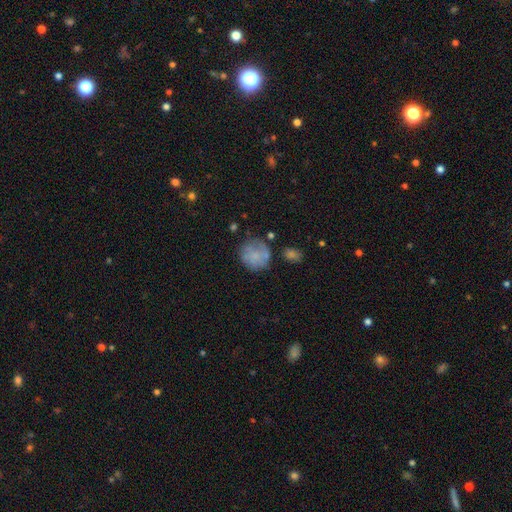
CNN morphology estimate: Overall: smooth (67%). How rounded: round (84%). Merging: none (57%; minor disturbance 24%).